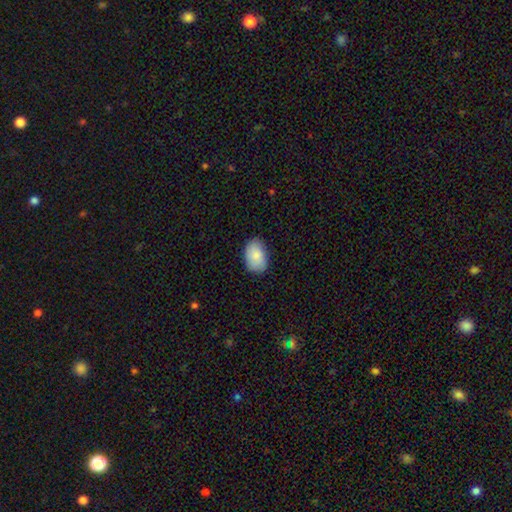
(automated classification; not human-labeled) This is clearly a smooth galaxy (86%). How rounded: clearly in between (89%). Merging: clearly none (81%).